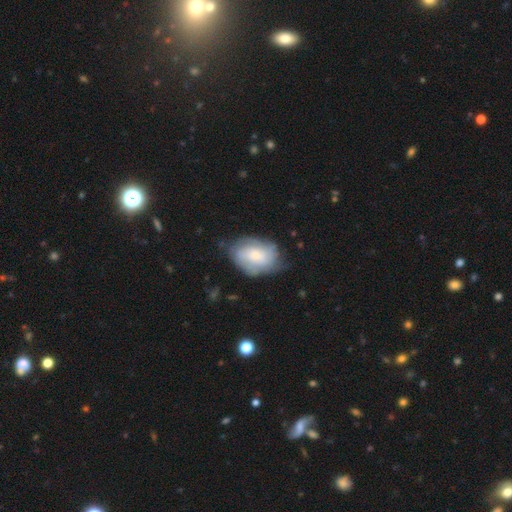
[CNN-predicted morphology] A smooth galaxy with no disk features (47%). Merging: none (63%).